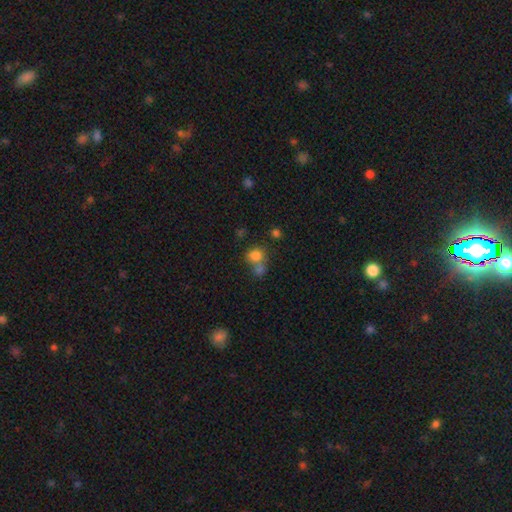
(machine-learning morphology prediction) A smooth galaxy with no disk features (77%) that is round (74%).

Vote fractions:
- Smooth or featured? smooth: 77% / star or artifact: 13% / featured or disk: 9%
- How rounded? round: 74% / in between: 25% / cigar-shaped: 1%
- Merging? none: 42% (tied) / merger: 42% (tied) / minor disturbance: 10% / major disturbance: 5%